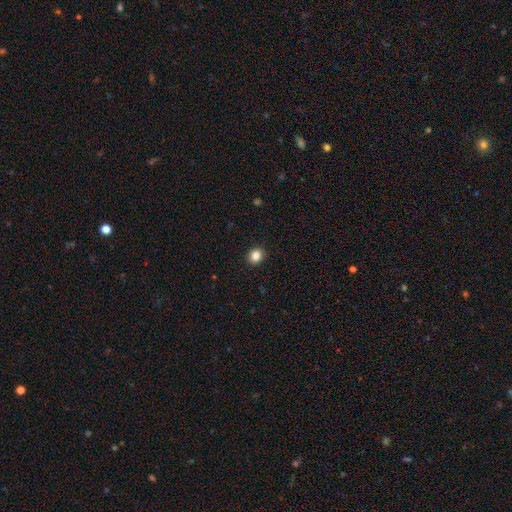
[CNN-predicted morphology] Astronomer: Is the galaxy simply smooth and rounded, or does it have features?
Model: smooth — 85%.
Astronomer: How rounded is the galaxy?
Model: round — 81%.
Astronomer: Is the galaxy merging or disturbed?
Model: none — 92%.